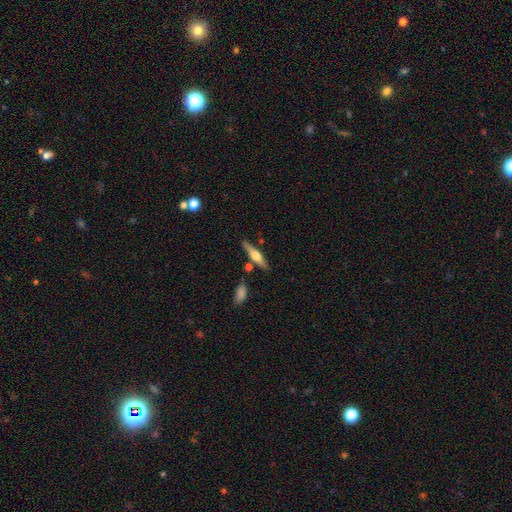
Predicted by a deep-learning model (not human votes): smooth-or-featured: featured or disk: 56% | smooth: 38% | star or artifact: 6%
  disk-edge-on: yes: 96% | no: 4%
    edge-on-bulge: rounded: 91% | boxy: 6% | none: 4%
  merging: none: 80% | minor disturbance: 11% | merger: 7% | major disturbance: 2%